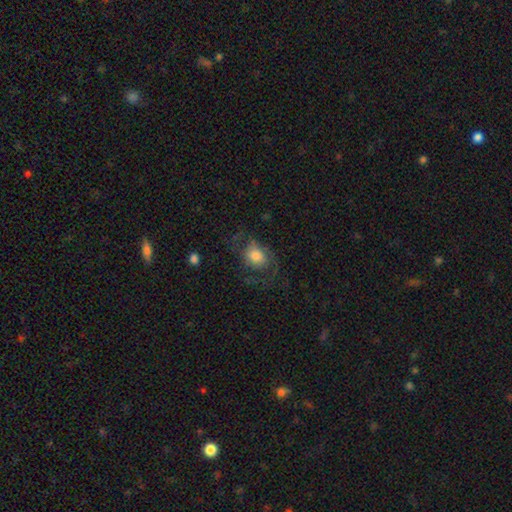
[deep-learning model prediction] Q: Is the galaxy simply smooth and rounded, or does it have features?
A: smooth — 48%.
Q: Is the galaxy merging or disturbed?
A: none — 45%.